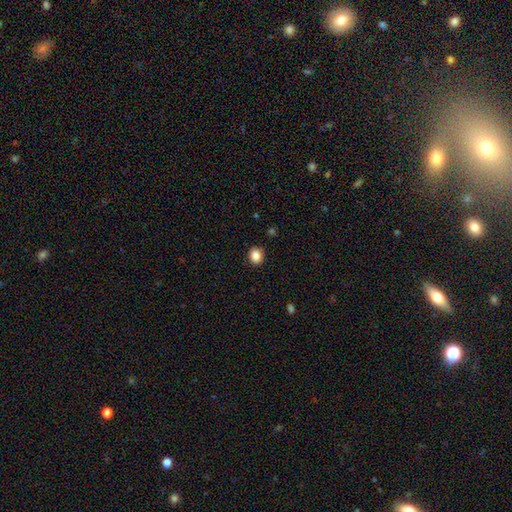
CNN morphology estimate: smooth_or_featured: smooth (p=0.85) [alt: star or artifact p=0.10]
how_rounded: round (p=0.70) [alt: in between p=0.29]
merging: none (p=0.91) [alt: minor disturbance p=0.06]